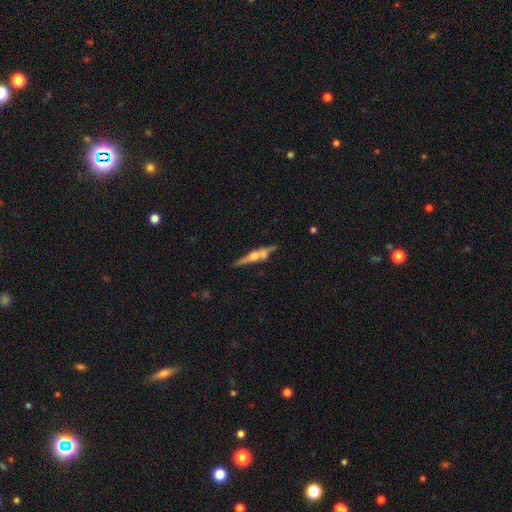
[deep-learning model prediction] A featured or disk galaxy (65%) viewed edge-on (92%) with a rounded central bulge (77%). Merging: none (63%).